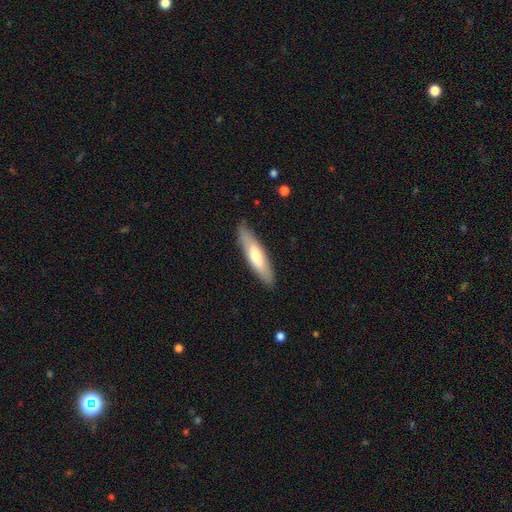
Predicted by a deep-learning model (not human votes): The model was most divided on "smooth or featured": smooth: 62%, featured or disk: 33%, star or artifact: 5%. More confident: merging — none (87%); how rounded — cigar-shaped (73%).